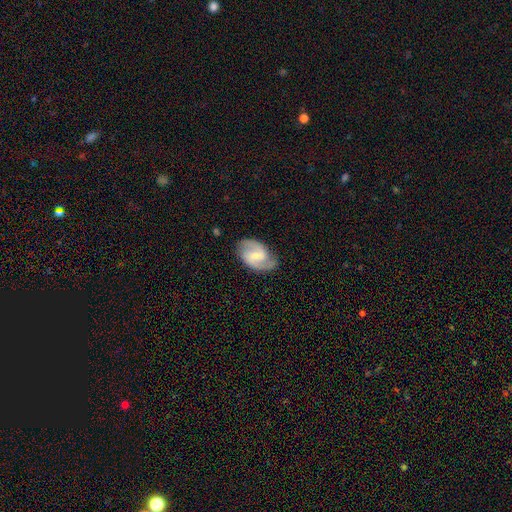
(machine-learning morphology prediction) A featured or disk galaxy (81%) with a weak bar (58%), 2 (90%) medium (55%) spiral arms (95%) and a small central bulge (52%). Merging: none (79%).